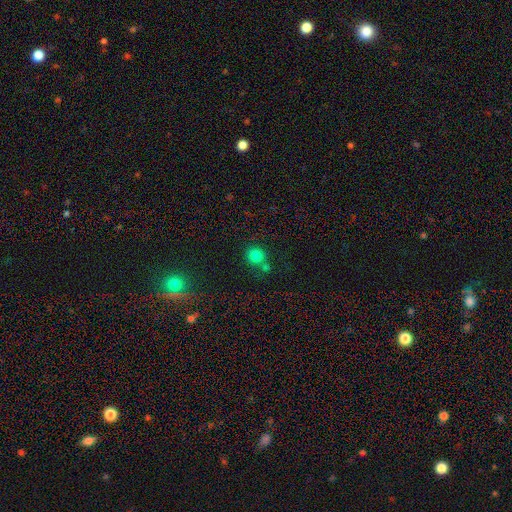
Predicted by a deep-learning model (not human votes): Overall: smooth (80%). How rounded: round (88%). Merging: none (64%).